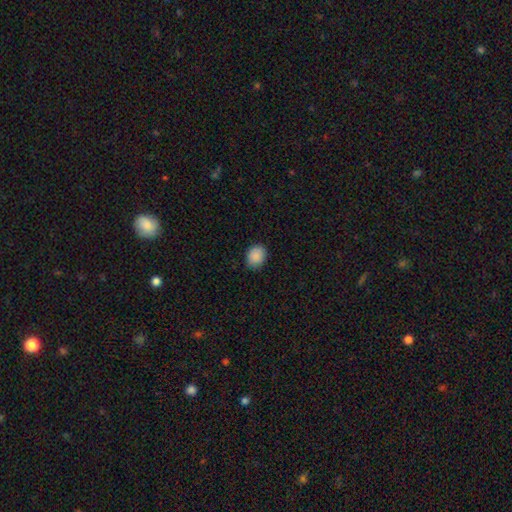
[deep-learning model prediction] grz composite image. It shows a smooth galaxy with no disk features (89%) that is round (53%). Merging: none (86%).